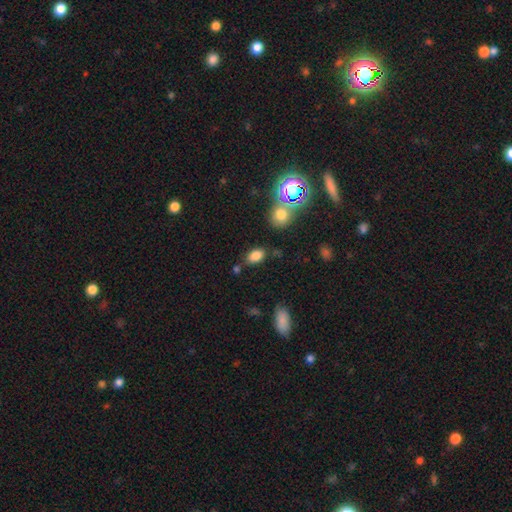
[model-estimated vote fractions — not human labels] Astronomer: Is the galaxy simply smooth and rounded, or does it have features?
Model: smooth — 79%.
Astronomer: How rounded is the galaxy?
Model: in between — 86%.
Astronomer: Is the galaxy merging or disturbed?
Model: none — 74%.